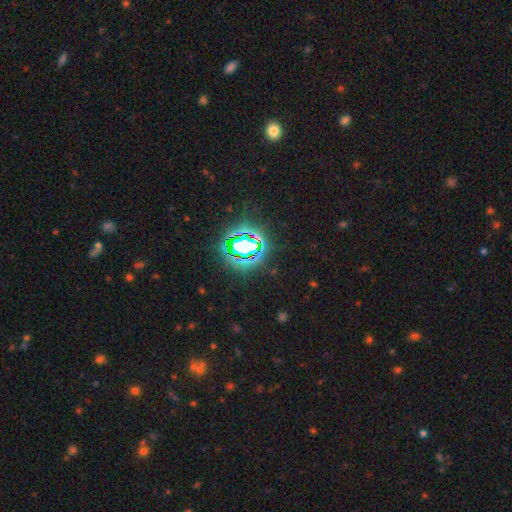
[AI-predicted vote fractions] Smooth or featured? star or artifact (78%)